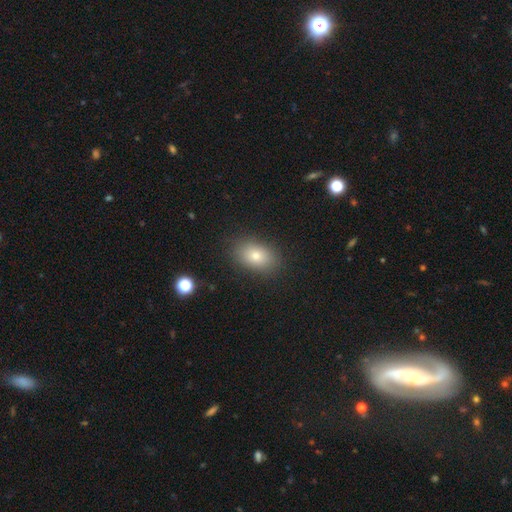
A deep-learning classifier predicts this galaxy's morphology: Smooth or featured: smooth — 78% (featured or disk — 11%)
How rounded: in between — 81% (round — 17%)
Merging: none — 87% (minor disturbance — 9%)